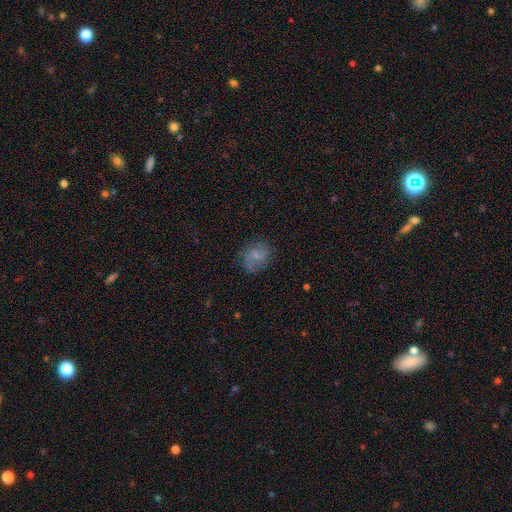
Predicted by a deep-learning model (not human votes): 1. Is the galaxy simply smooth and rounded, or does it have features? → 47% smooth, 43% featured or disk, 10% star or artifact.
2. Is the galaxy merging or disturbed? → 74% none, 17% minor disturbance, 7% major disturbance, 2% merger.